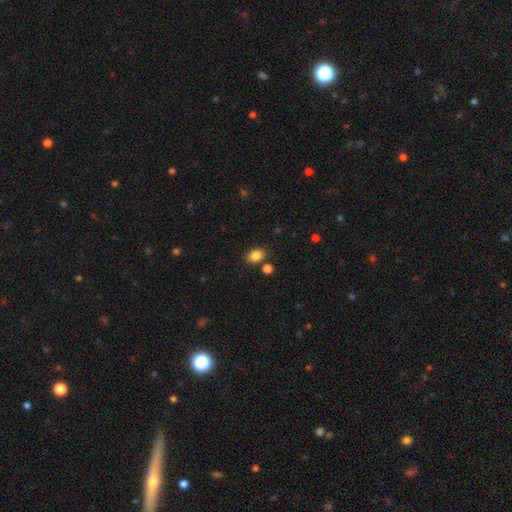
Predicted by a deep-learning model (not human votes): Smooth or featured?
  - smooth: 85% *
  - star or artifact: 10%
  - featured or disk: 5%
How rounded?
  - in between: 75% *
  - round: 24%
  - cigar-shaped: 1%
Merging?
  - none: 78% *
  - minor disturbance: 10%
  - merger: 8%
  - major disturbance: 3%